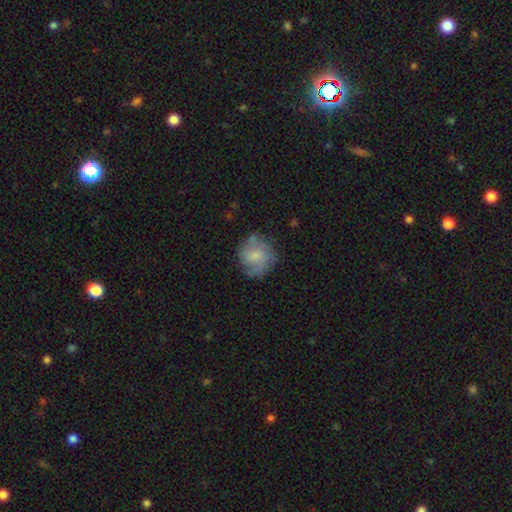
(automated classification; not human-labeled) Q: Smooth or featured?
A: smooth (54%); runner-up: featured or disk (38%)
Q: How rounded?
A: round (80%); runner-up: in between (19%)
Q: Merging?
A: none (62%); runner-up: minor disturbance (23%)